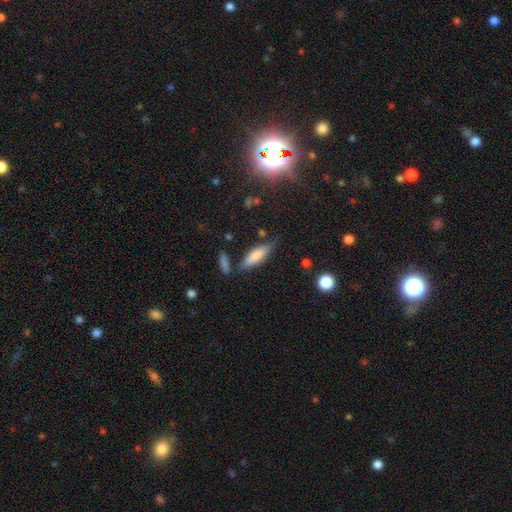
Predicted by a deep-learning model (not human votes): This appears to be a smooth galaxy with no disk features (74%) that is cigar-shaped (51%). Merging: none (70%).